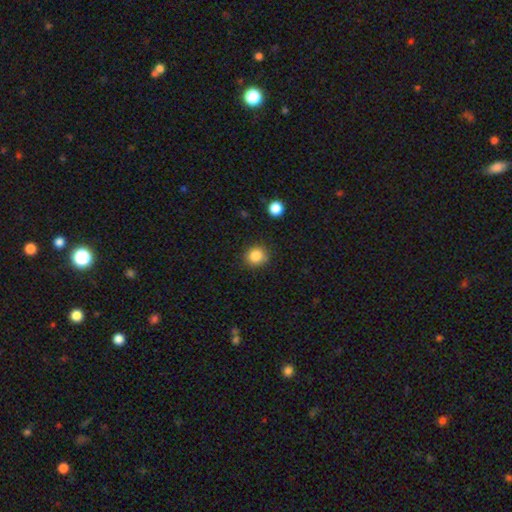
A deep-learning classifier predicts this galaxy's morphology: type=smooth (85%); roundness=round (87%); merging=none (86%).